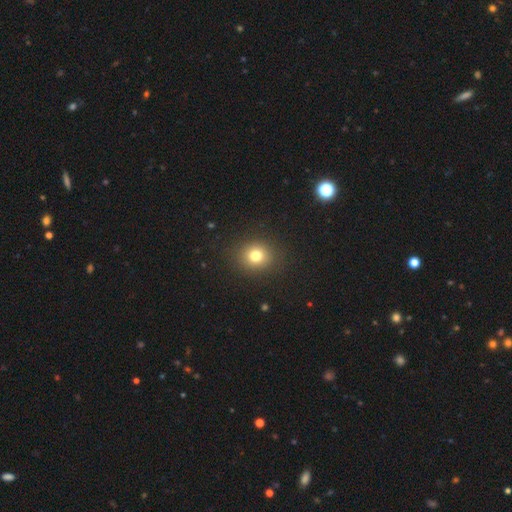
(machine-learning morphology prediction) Q: Smooth or featured?
A: smooth (78%); runner-up: star or artifact (14%)
Q: How rounded?
A: round (80%); runner-up: in between (19%)
Q: Merging?
A: none (89%); runner-up: minor disturbance (7%)